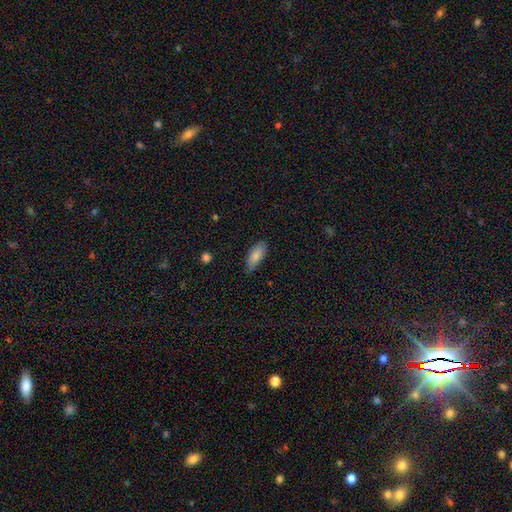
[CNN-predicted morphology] Overall: smooth (83%). How rounded: in between (85%). Merging: none (74%).